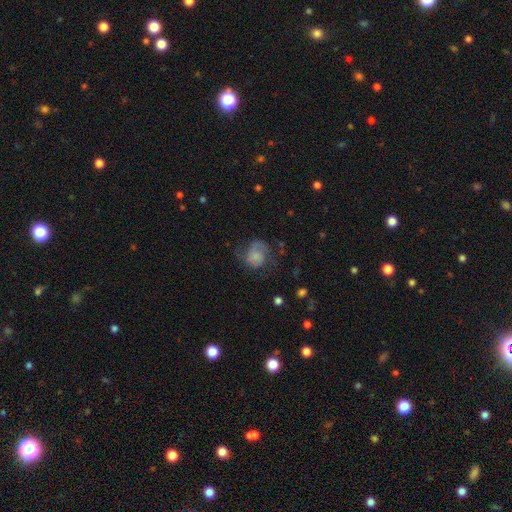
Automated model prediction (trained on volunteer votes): This is possibly a featured or disk galaxy (46%). Merging: possibly none (46%).